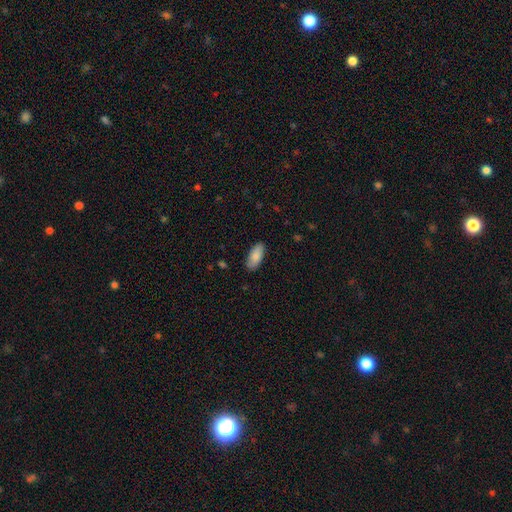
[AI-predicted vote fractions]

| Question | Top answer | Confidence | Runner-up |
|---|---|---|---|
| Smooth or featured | smooth | 87% | featured or disk (7%) |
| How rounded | in between | 87% | cigar-shaped (11%) |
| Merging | none | 87% | minor disturbance (10%) |